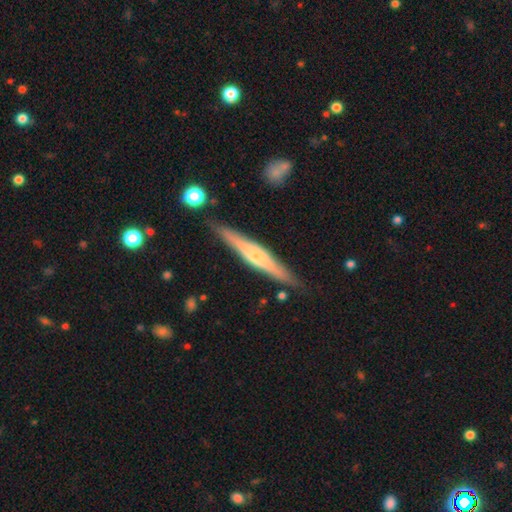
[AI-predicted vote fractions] A featured or disk galaxy (65%) viewed edge-on (96%) with a rounded central bulge (70%).

Vote fractions:
- Smooth or featured? featured or disk: 65% / smooth: 29% / star or artifact: 6%
- Edge-on disk? yes: 96% / no: 4%
- Edge-on bulge? rounded: 70% / none: 17% / boxy: 13%
- Merging? none: 87% / minor disturbance: 10% / major disturbance: 2% / merger: 2%